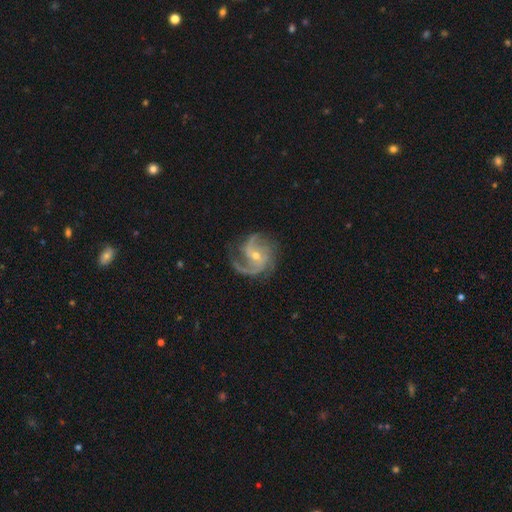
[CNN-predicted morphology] This is clearly a featured or disk galaxy (90%). It is clearly not viewed edge-on (98%). Bar: possibly no (56%). Spiral arm pattern: clearly yes (98%). Spiral arm count: marginally 3 (39%). Spiral winding: possibly medium (54%). Central bulge: likely small (62%). Merging: likely none (70%).